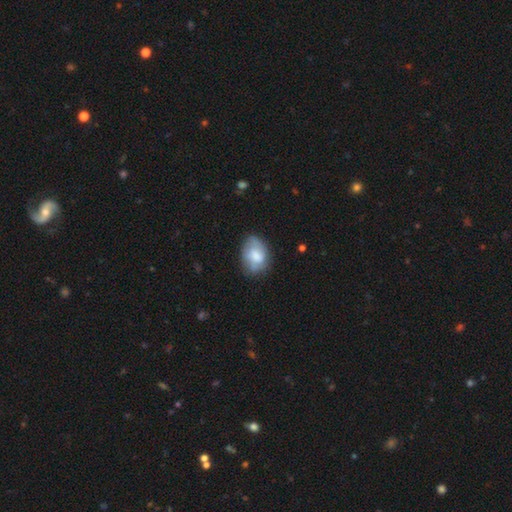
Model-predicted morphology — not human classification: This is likely a smooth galaxy (66%). How rounded: likely in between (79%). Merging: possibly none (59%).